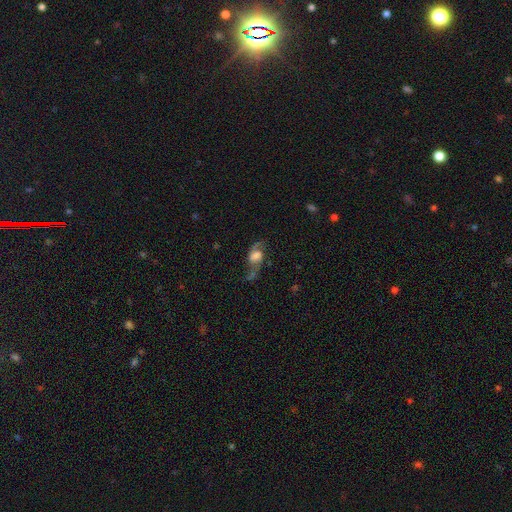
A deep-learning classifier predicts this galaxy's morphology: This appears to be a featured or disk galaxy (72%) with no bar (46%), 2 (89%) loose (70%) spiral arms (91%) and a large central bulge (36%). Merging: none (56%).